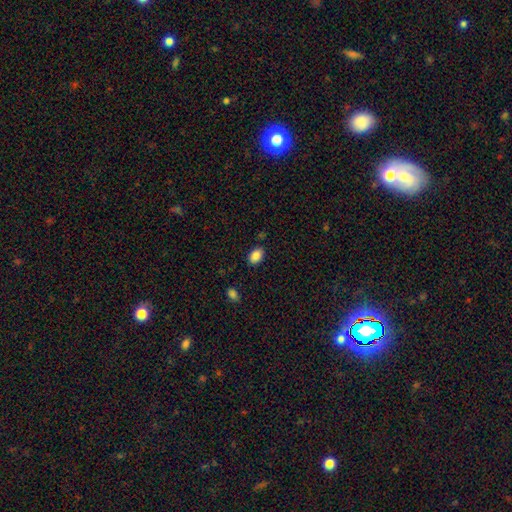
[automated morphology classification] A smooth galaxy with no disk features (87%) that is in between round and cigar-shaped (85%).

Vote fractions:
- Smooth or featured? smooth: 87% / star or artifact: 8% / featured or disk: 5%
- How rounded? in between: 85% / round: 14% / cigar-shaped: 1%
- Merging? none: 84% / minor disturbance: 11% / major disturbance: 3% / merger: 2%